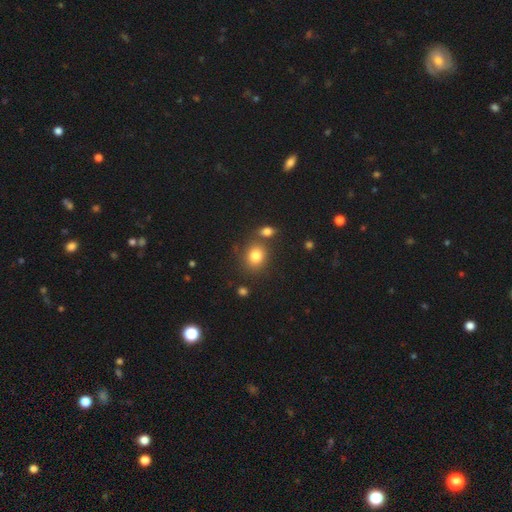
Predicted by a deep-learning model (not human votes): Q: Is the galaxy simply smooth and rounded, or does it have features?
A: smooth — 82%.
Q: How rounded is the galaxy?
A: round — 63%.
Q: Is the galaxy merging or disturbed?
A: none — 71%.